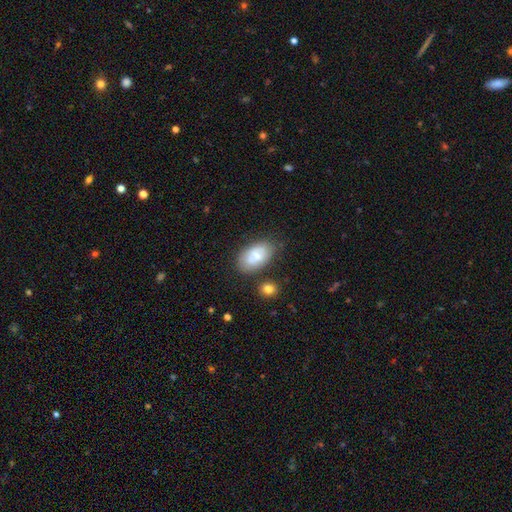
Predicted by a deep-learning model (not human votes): smooth_or_featured: smooth (p=0.70) [alt: featured or disk p=0.23]
how_rounded: in between (p=0.93) [alt: round p=0.05]
merging: none (p=0.64) [alt: minor disturbance p=0.20]